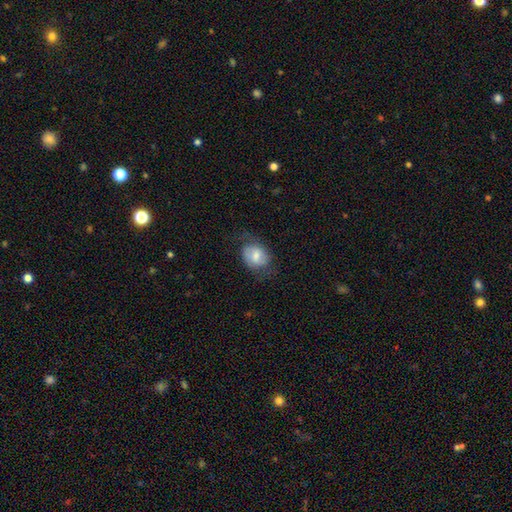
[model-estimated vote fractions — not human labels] Smooth or featured? Predicted: smooth (p=0.66). How rounded? Predicted: in between (p=0.60). Merging? Predicted: none (p=0.61).